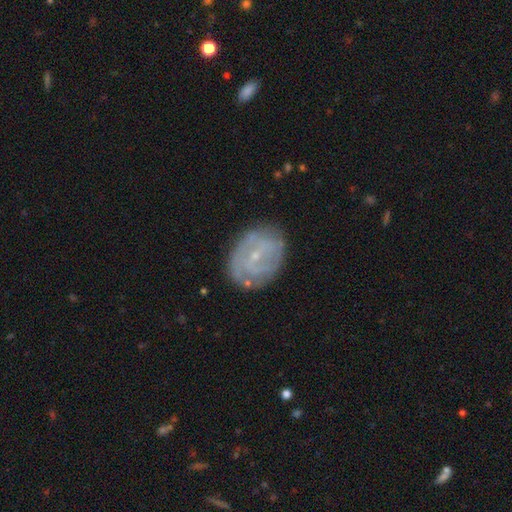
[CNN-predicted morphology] Smooth or featured: featured or disk — 74% (smooth — 19%)
Edge-on disk: no — 97% (yes — 3%)
Bar: no — 46% (weak — 43%)
Spiral arms: yes — 74% (no — 26%)
Spiral winding: tight — 55% (medium — 32%)
Spiral arm count: can't tell — 43% (2 — 35%)
Bulge size: small — 80% (moderate — 15%)
Merging: none — 71% (minor disturbance — 20%)